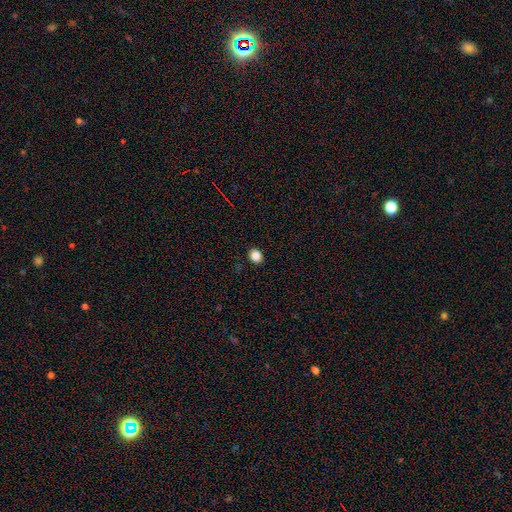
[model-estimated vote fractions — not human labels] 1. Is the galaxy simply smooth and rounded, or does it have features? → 85% smooth, 11% star or artifact, 3% featured or disk.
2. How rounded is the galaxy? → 72% round, 28% in between, 1% cigar-shaped.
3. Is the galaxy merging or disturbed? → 91% none, 6% minor disturbance, 2% major disturbance, 1% merger.